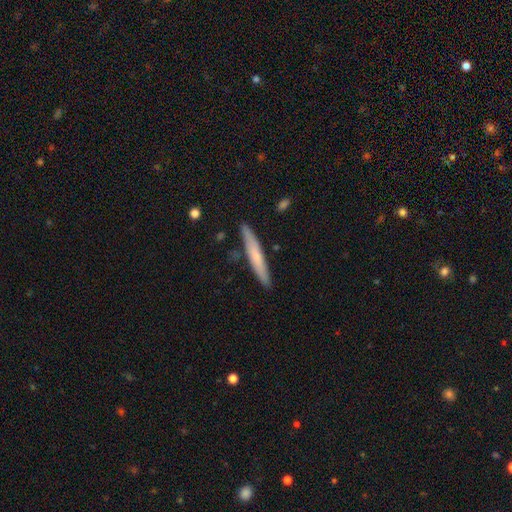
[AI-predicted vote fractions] smooth 60%, featured or disk 35%, star or artifact 6%. Down the decision tree: how rounded — cigar-shaped (94%); merging — none (86%).